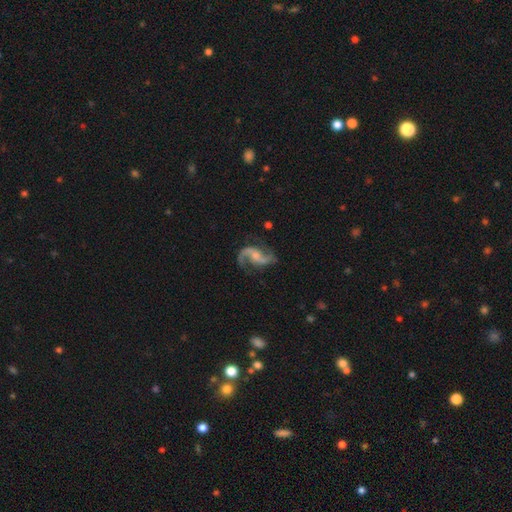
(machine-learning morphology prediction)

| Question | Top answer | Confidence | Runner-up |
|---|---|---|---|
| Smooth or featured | featured or disk | 91% | star or artifact (5%) |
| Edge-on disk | no | 98% | yes (2%) |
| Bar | no | 47% | weak (38%) |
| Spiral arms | yes | 98% | no (2%) |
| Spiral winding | loose | 57% | medium (36%) |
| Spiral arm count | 2 | 93% | 1 (2%) |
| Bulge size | small | 45% | moderate (36%) |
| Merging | none | 74% | minor disturbance (15%) |